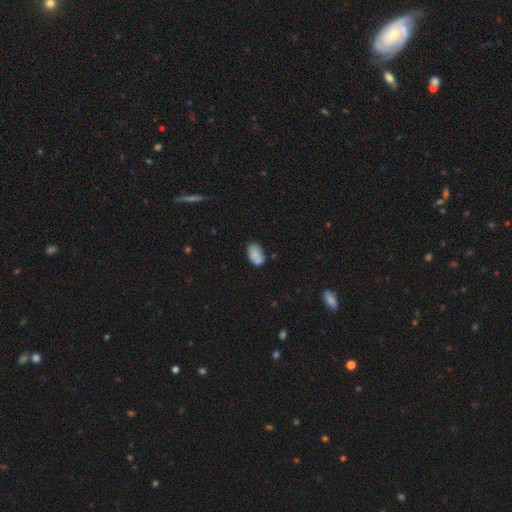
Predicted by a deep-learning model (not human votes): A smooth galaxy with no disk features (81%) that is in between round and cigar-shaped (91%).

Vote fractions:
- Smooth or featured? smooth: 81% / featured or disk: 11% / star or artifact: 8%
- How rounded? in between: 91% / round: 8% / cigar-shaped: 2%
- Merging? none: 63% / minor disturbance: 24% / merger: 7% / major disturbance: 6%